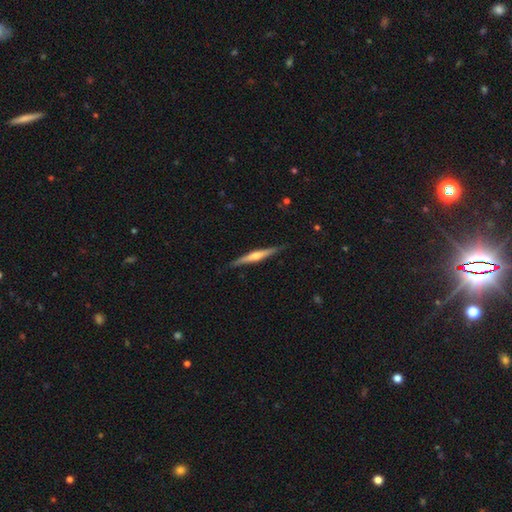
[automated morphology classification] This is likely a featured or disk galaxy (66%). It is clearly viewed edge-on (97%). Edge-on bulge: clearly rounded (83%). Merging: clearly none (88%).